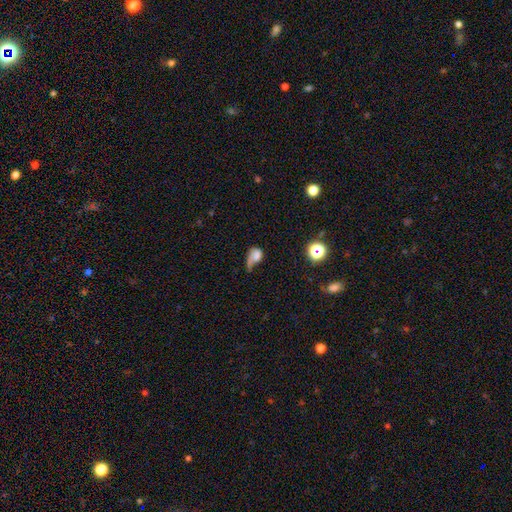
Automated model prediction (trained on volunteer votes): The model was most divided on "merging": major disturbance: 46%, minor disturbance: 22%, none: 21%, merger: 11%. More confident: how rounded — in between (65%); smooth or featured — smooth (58%).